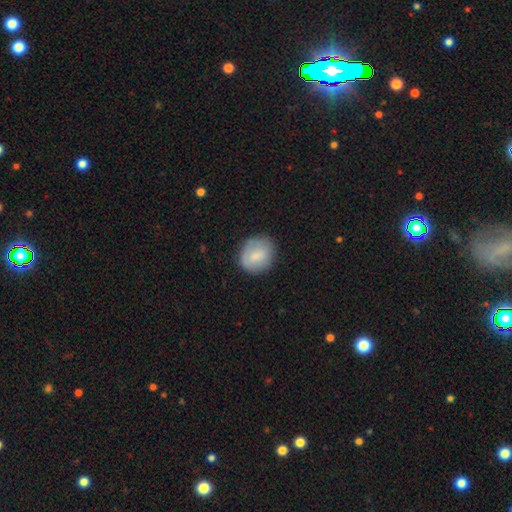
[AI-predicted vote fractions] smooth_or_featured: smooth (p=0.74) [alt: featured or disk p=0.19]
how_rounded: round (p=0.70) [alt: in between p=0.29]
merging: none (p=0.75) [alt: minor disturbance p=0.18]